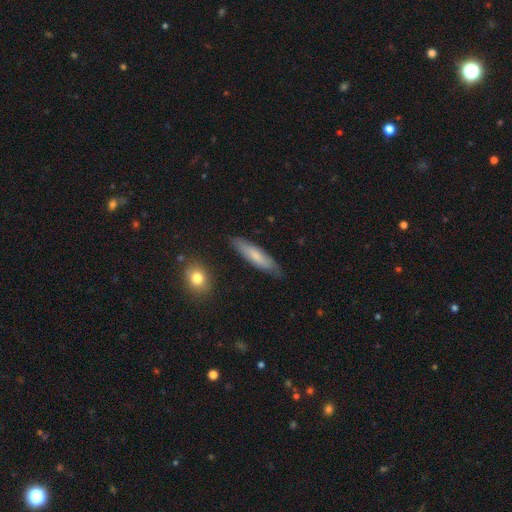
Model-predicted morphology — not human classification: Smooth or featured?
  - smooth: 67% *
  - featured or disk: 26%
  - star or artifact: 6%
How rounded?
  - cigar-shaped: 79% *
  - in between: 20%
  - round: 2%
Merging?
  - none: 82% *
  - minor disturbance: 14%
  - major disturbance: 2%
  - merger: 2%